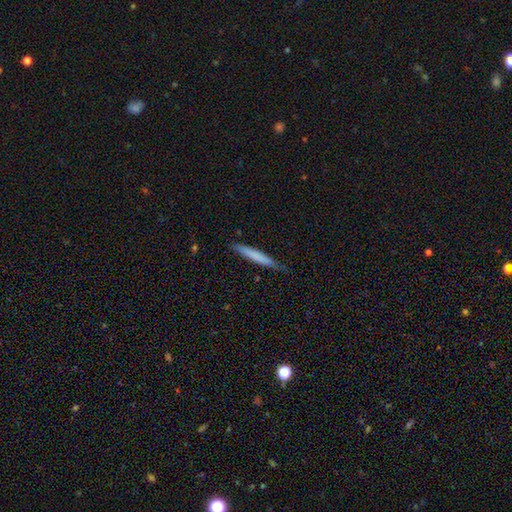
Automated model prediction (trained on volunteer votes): Overall: smooth (70%). How rounded: cigar-shaped (95%). Merging: none (80%).